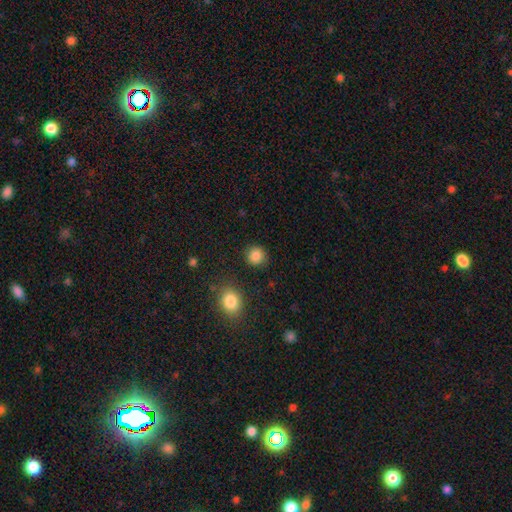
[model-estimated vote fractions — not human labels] This appears to be a smooth galaxy with no disk features (86%) that is round (88%). Merging: none (88%).